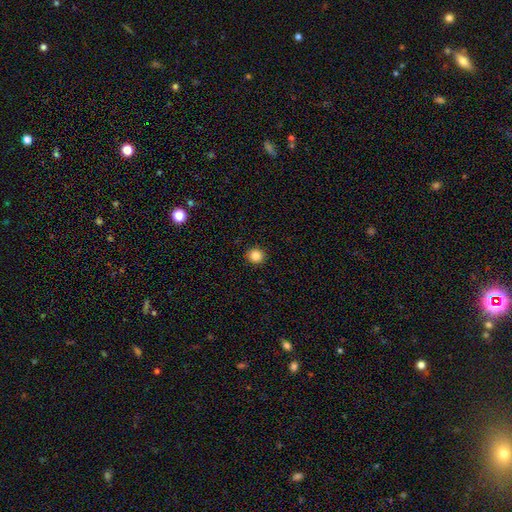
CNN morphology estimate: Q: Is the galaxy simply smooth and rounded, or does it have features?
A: smooth — 85%.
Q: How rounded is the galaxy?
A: round — 91%.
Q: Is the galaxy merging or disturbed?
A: none — 93%.